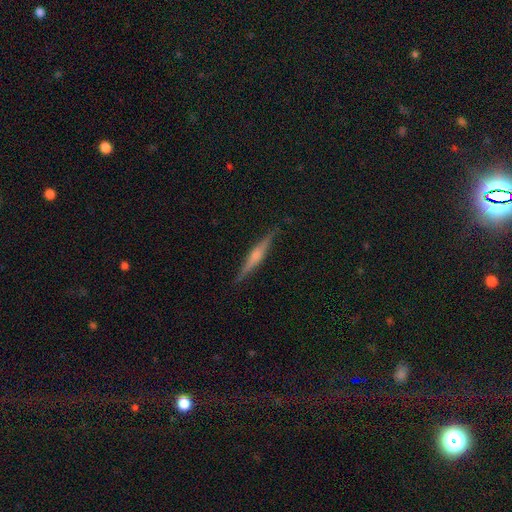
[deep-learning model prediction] The model was most divided on "smooth or featured": featured or disk: 66%, smooth: 27%, star or artifact: 6%. More confident: edge-on disk — yes (97%); merging — none (88%); edge-on bulge — rounded (64%).